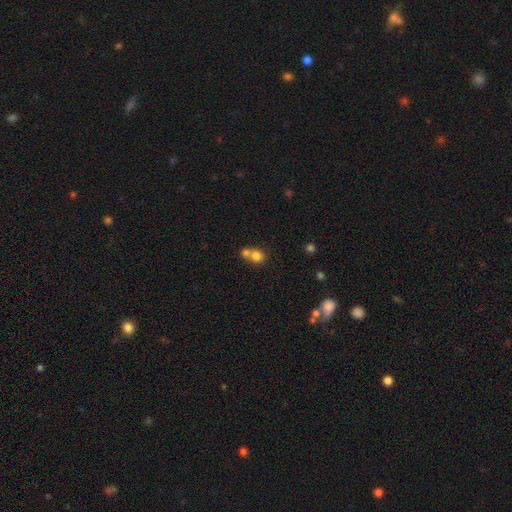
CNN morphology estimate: This appears to be a smooth galaxy with no disk features (79%) that is round (82%). Merging: merger (55%).